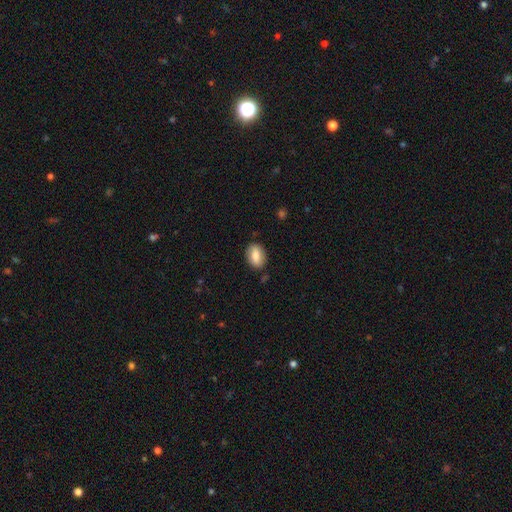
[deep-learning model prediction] Smooth or featured: smooth — 78% (featured or disk — 15%)
How rounded: in between — 81% (round — 16%)
Merging: none — 84% (minor disturbance — 11%)